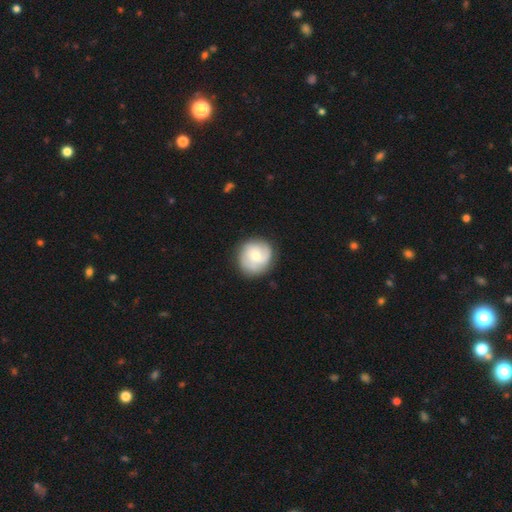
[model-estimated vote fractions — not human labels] Morphology: type=featured or disk (57%); edge-on=no (98%); bar=no (69%); spiral arms=yes (87%); bulge=moderate (54%); merging=none (83%).